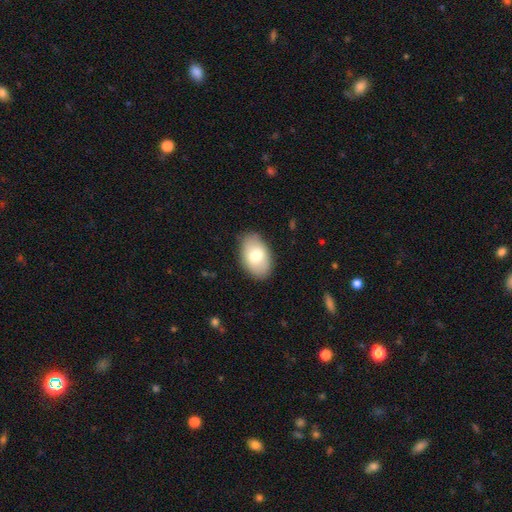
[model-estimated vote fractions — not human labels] Smooth or featured: smooth — 74% (featured or disk — 20%)
How rounded: in between — 90% (round — 8%)
Merging: none — 84% (minor disturbance — 13%)